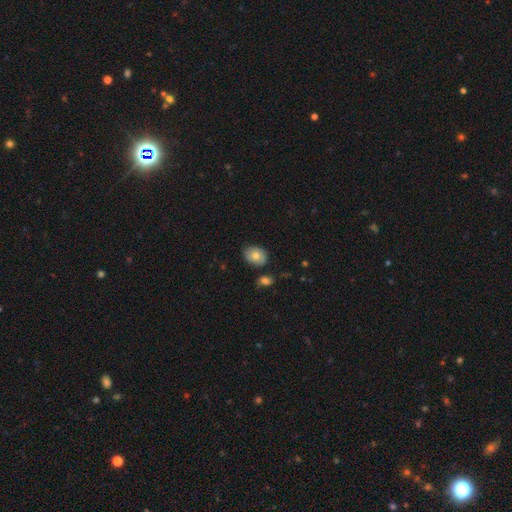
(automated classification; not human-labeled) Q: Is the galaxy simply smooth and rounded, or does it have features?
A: smooth — 76%.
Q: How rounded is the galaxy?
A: in between — 63%.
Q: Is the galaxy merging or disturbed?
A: none — 77%.